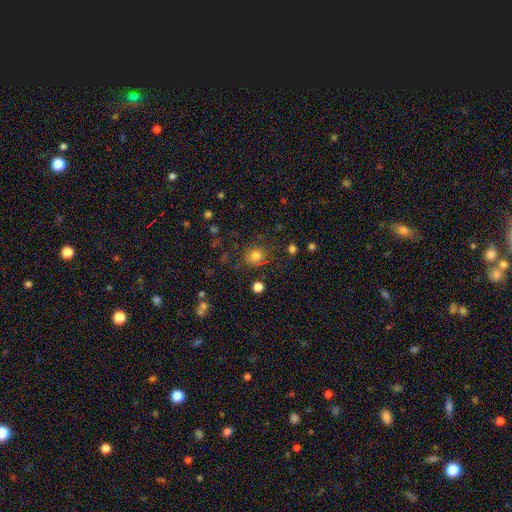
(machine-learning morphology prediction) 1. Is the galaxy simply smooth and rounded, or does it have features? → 79% smooth, 14% star or artifact, 7% featured or disk.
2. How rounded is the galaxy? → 85% round, 14% in between, 1% cigar-shaped.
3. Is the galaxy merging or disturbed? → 80% none, 12% minor disturbance, 5% major disturbance, 3% merger.